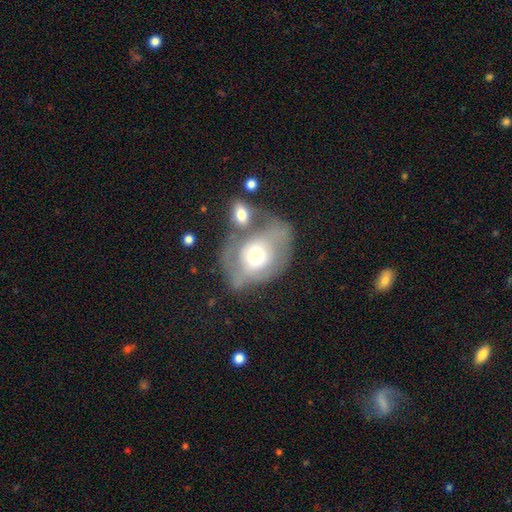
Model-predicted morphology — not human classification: A featured or disk galaxy (51%).

Vote fractions:
- Smooth or featured? featured or disk: 51% / smooth: 42% / star or artifact: 7%
- Edge-on disk? no: 94% / yes: 6%
- Merging? merger: 32% / none: 30% / minor disturbance: 19% / major disturbance: 19%